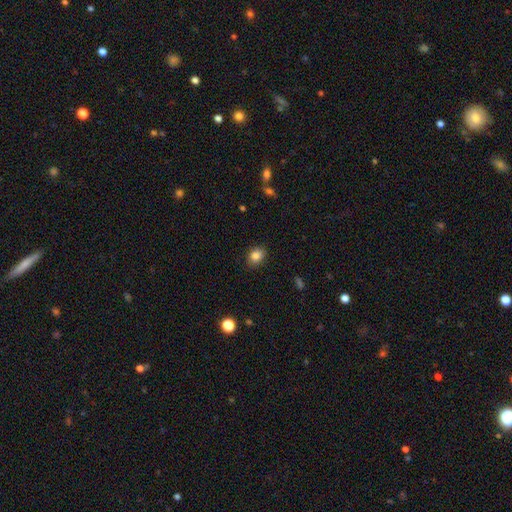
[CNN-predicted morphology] smooth-or-featured: smooth: 85% | star or artifact: 10% | featured or disk: 5%
  how-rounded: in between: 61% | round: 38% | cigar-shaped: 1%
  merging: none: 85% | minor disturbance: 12% | major disturbance: 3% | merger: 1%